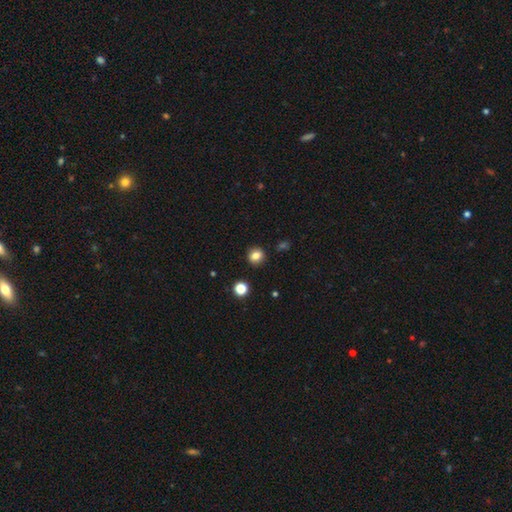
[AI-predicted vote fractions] Q: Smooth or featured?
A: smooth (82%); runner-up: star or artifact (12%)
Q: How rounded?
A: round (81%); runner-up: in between (18%)
Q: Merging?
A: none (90%); runner-up: minor disturbance (6%)